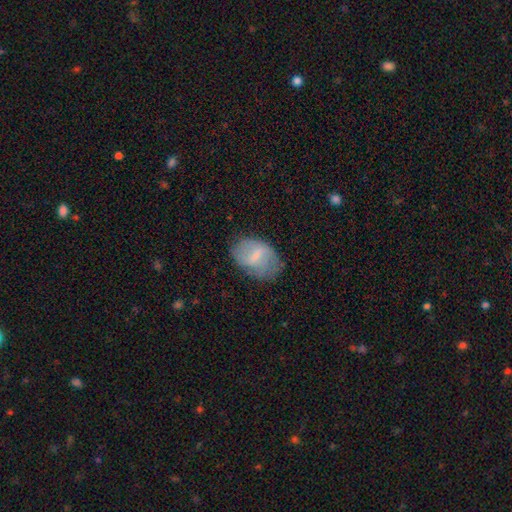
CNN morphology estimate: type=smooth (49%); merging=none (63%).